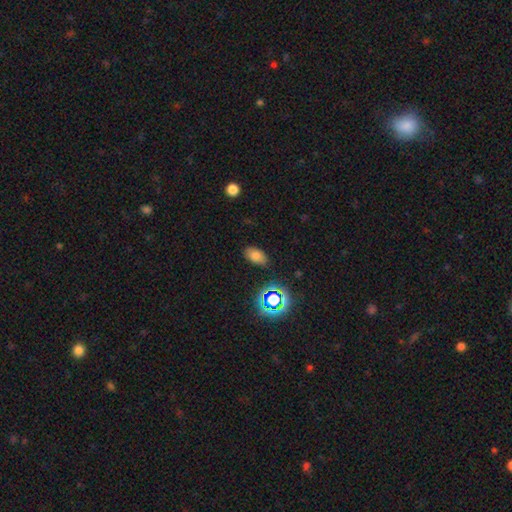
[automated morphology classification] Smooth or featured: smooth — 74% (star or artifact — 18%)
How rounded: in between — 91% (round — 7%)
Merging: none — 84% (minor disturbance — 11%)